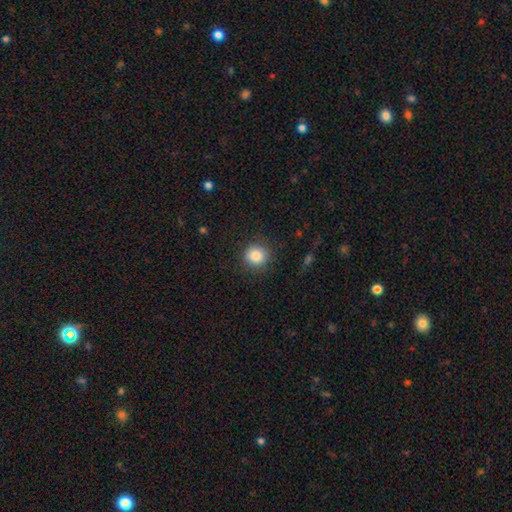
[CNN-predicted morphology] Smooth or featured?
  - smooth: 86% *
  - star or artifact: 10%
  - featured or disk: 4%
How rounded?
  - round: 89% *
  - in between: 10%
  - cigar-shaped: 1%
Merging?
  - none: 88% *
  - minor disturbance: 8%
  - major disturbance: 3%
  - merger: 1%